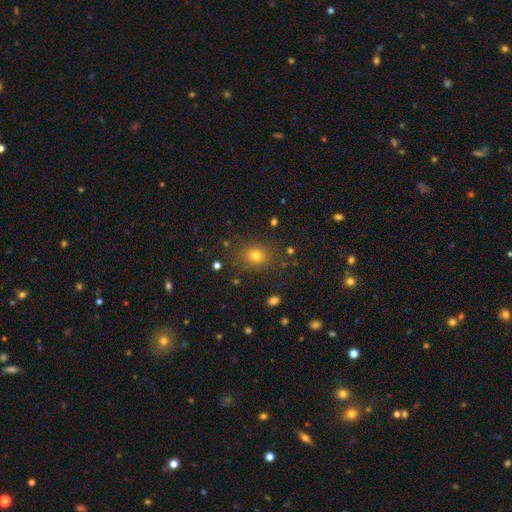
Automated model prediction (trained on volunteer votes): smooth-or-featured: smooth: 76% | star or artifact: 17% | featured or disk: 7%
  how-rounded: round: 73% | in between: 26% | cigar-shaped: 1%
  merging: none: 84% | minor disturbance: 10% | major disturbance: 4% | merger: 2%